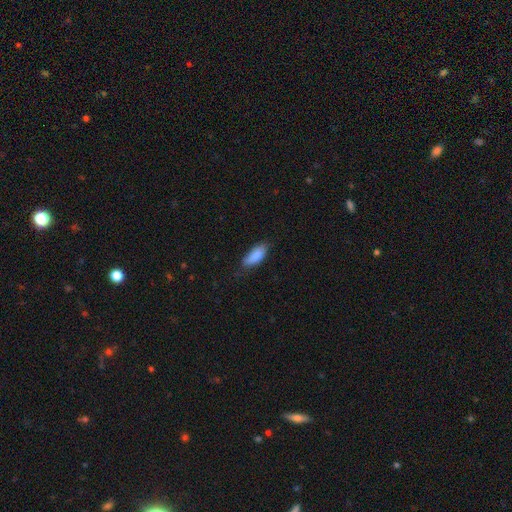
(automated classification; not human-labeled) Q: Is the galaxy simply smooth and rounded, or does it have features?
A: smooth — 87%.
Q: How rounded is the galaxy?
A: in between — 75%.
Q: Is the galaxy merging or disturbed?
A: none — 69%.